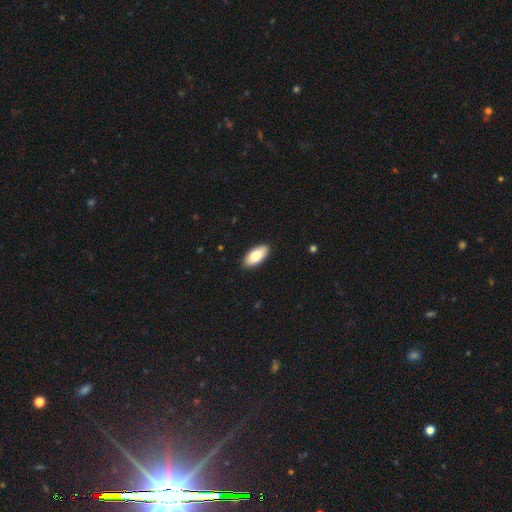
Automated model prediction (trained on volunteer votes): This appears to be a smooth galaxy with no disk features (81%) that is in between round and cigar-shaped (91%). Merging: none (91%).